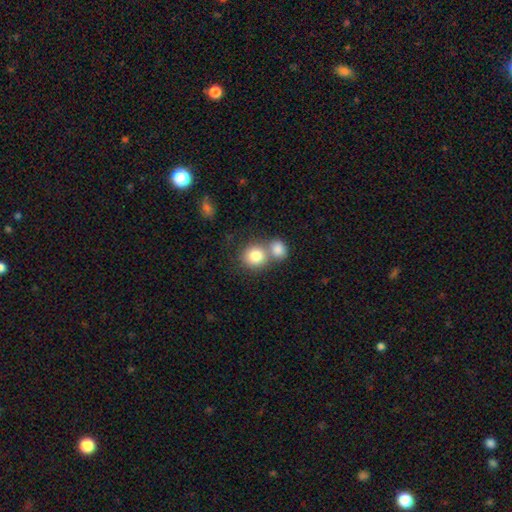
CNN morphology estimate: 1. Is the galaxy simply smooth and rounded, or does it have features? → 82% smooth, 9% featured or disk, 9% star or artifact.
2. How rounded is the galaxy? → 83% round, 16% in between, 1% cigar-shaped.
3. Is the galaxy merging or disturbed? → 50% merger, 41% none, 7% minor disturbance, 3% major disturbance.